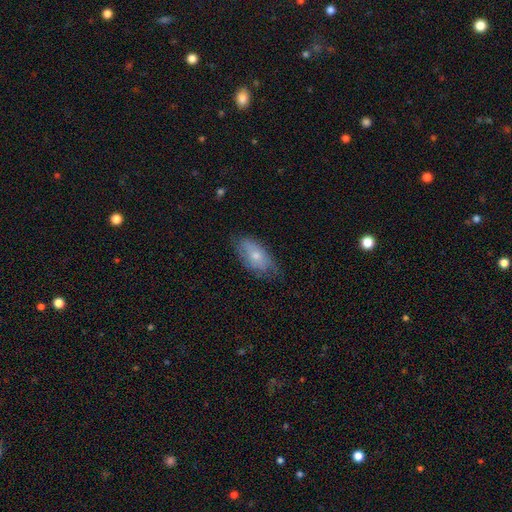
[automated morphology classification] smooth 66%, featured or disk 27%, star or artifact 7%. Down the decision tree: how rounded — in between (91%); merging — none (67%).